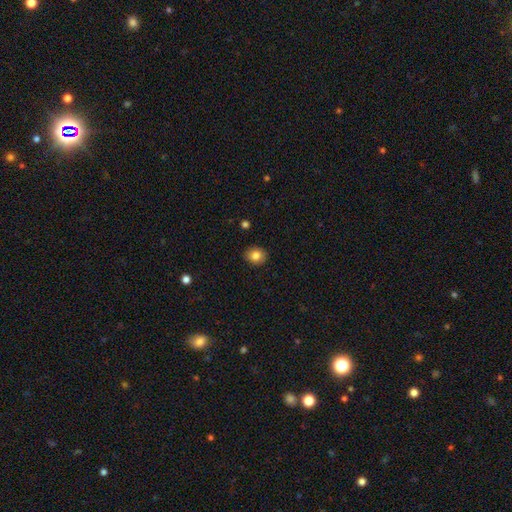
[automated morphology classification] This appears to be a smooth galaxy with no disk features (82%) that is round (64%). Merging: none (89%).